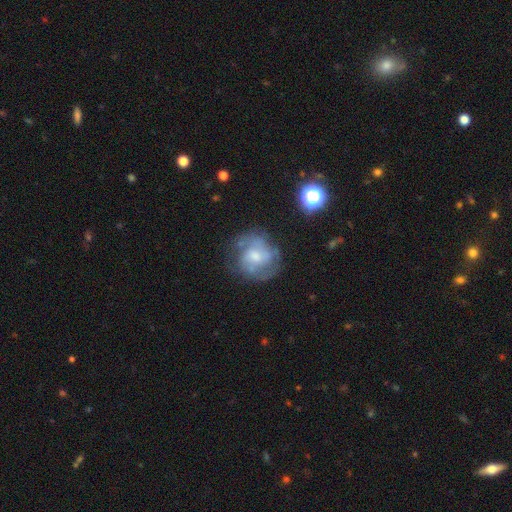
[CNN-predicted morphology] Overall: featured or disk (67%). Edge-on disk: no (98%). Bar: no (53%; weak 40%). Spiral arms: yes (81%). Spiral arm count: 2 (49%; can't tell 28%). Spiral winding: medium (46%; tight 35%). Bulge size: small (43%; moderate 42%). Merging: none (64%).